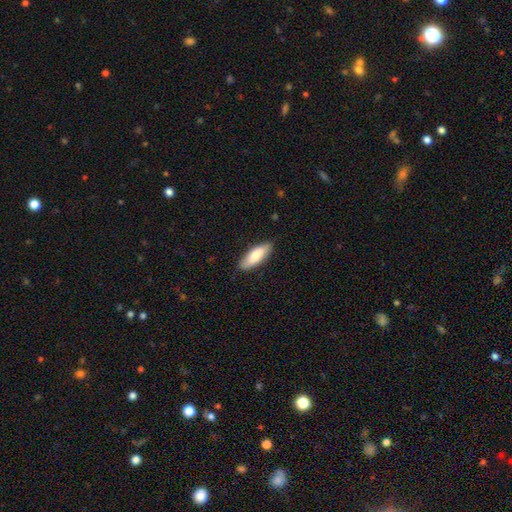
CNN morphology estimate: A smooth galaxy with no disk features (79%) that is in between round and cigar-shaped (63%).

Vote fractions:
- Smooth or featured? smooth: 79% / featured or disk: 16% / star or artifact: 5%
- How rounded? in between: 63% / cigar-shaped: 35% / round: 2%
- Merging? none: 86% / minor disturbance: 11% / major disturbance: 2% / merger: 1%